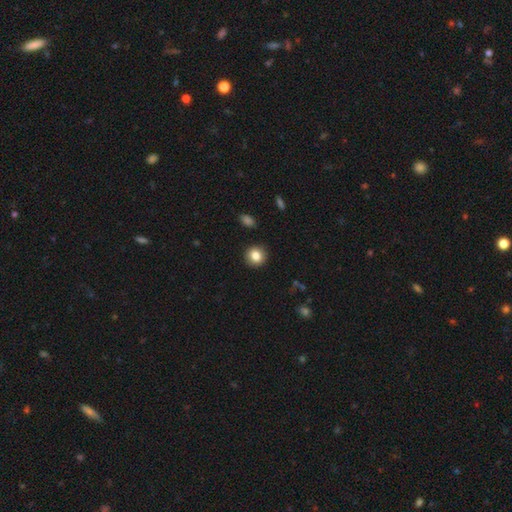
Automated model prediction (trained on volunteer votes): smooth-or-featured: smooth: 83% | star or artifact: 9% | featured or disk: 8%
  how-rounded: round: 89% | in between: 10% | cigar-shaped: 1%
  merging: none: 91% | minor disturbance: 6% | major disturbance: 2% | merger: 1%